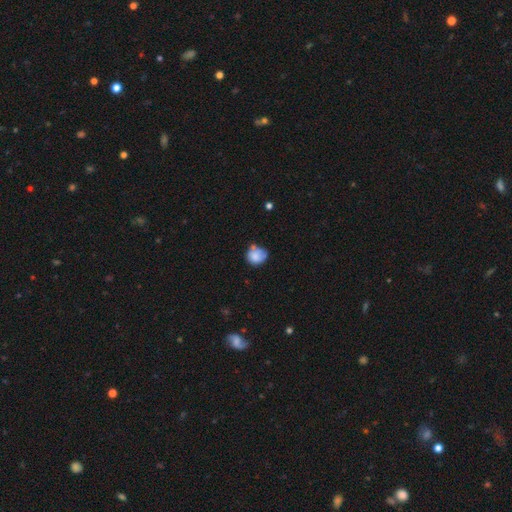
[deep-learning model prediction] A smooth galaxy with no disk features (76%) that is round (72%). Merging: none (47%).